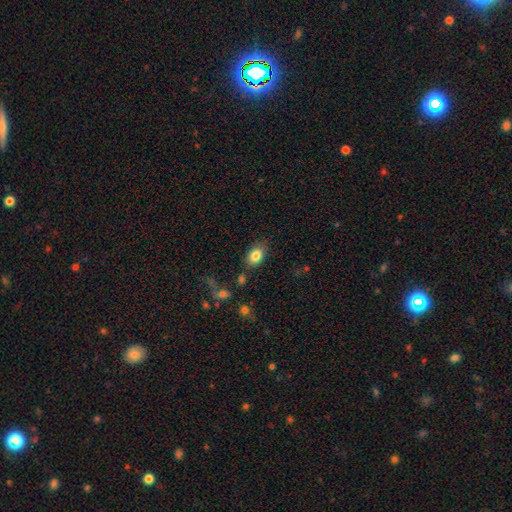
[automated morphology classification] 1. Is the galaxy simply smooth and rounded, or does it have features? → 83% smooth, 9% featured or disk, 8% star or artifact.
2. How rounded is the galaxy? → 84% in between, 14% round, 2% cigar-shaped.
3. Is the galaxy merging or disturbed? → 77% none, 15% minor disturbance, 4% merger, 4% major disturbance.